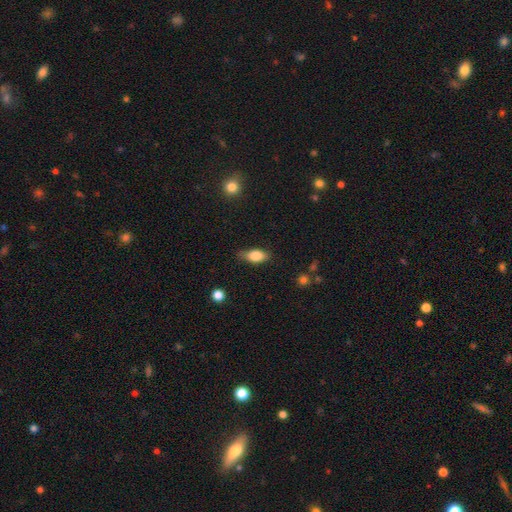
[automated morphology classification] Smooth or featured?
  - smooth: 80% *
  - featured or disk: 12%
  - star or artifact: 7%
How rounded?
  - in between: 84% *
  - cigar-shaped: 12%
  - round: 5%
Merging?
  - none: 73% *
  - minor disturbance: 21%
  - major disturbance: 4%
  - merger: 2%